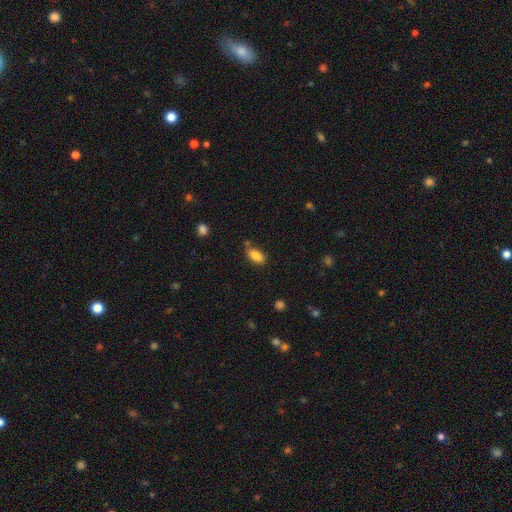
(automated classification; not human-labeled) A smooth galaxy with no disk features (86%) that is in between round and cigar-shaped (91%).

Vote fractions:
- Smooth or featured? smooth: 86% / star or artifact: 8% / featured or disk: 5%
- How rounded? in between: 91% / round: 4% / cigar-shaped: 4%
- Merging? none: 74% / minor disturbance: 16% / merger: 7% / major disturbance: 4%